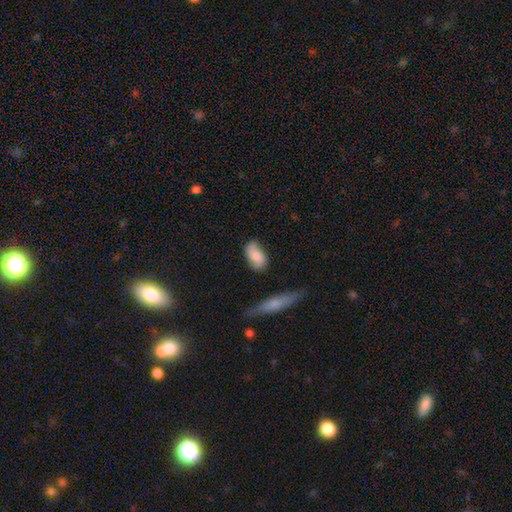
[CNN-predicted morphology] Smooth or featured: smooth — 73% (featured or disk — 20%)
How rounded: in between — 91% (round — 5%)
Merging: none — 62% (minor disturbance — 27%)